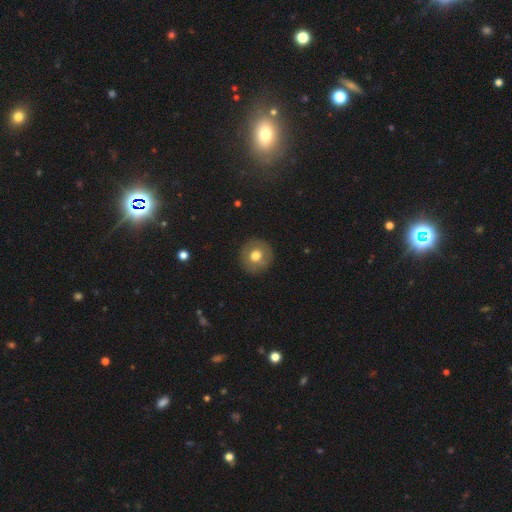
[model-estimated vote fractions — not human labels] This is likely a smooth galaxy (68%). How rounded: clearly round (94%). Merging: clearly none (89%).